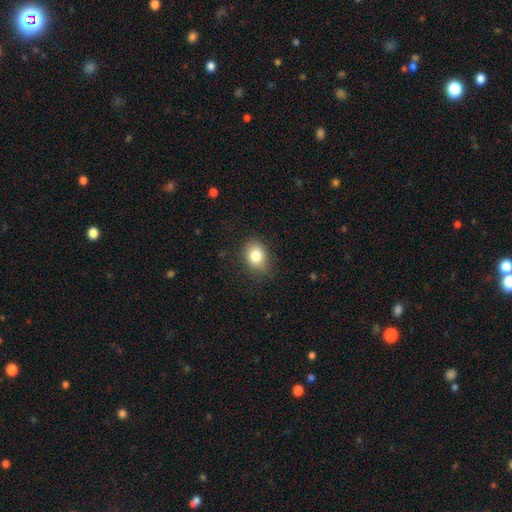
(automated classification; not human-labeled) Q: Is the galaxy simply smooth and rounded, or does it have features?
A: smooth — 81%.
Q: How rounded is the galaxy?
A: in between — 50%.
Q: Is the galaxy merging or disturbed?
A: none — 76%.